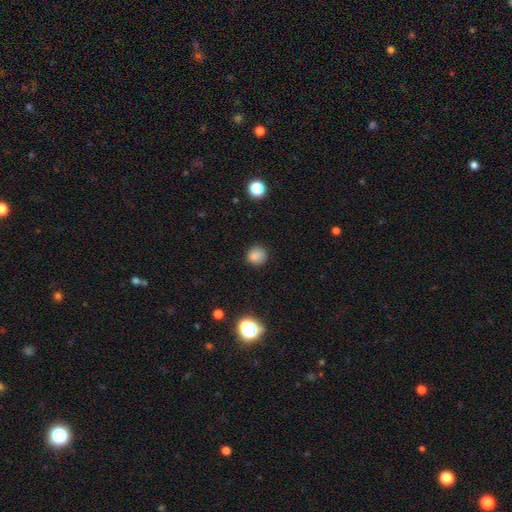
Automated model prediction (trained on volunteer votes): A smooth galaxy with no disk features (82%) that is round (89%).

Vote fractions:
- Smooth or featured? smooth: 82% / star or artifact: 14% / featured or disk: 4%
- How rounded? round: 89% / in between: 10% / cigar-shaped: 1%
- Merging? none: 87% / minor disturbance: 9% / major disturbance: 3% / merger: 1%